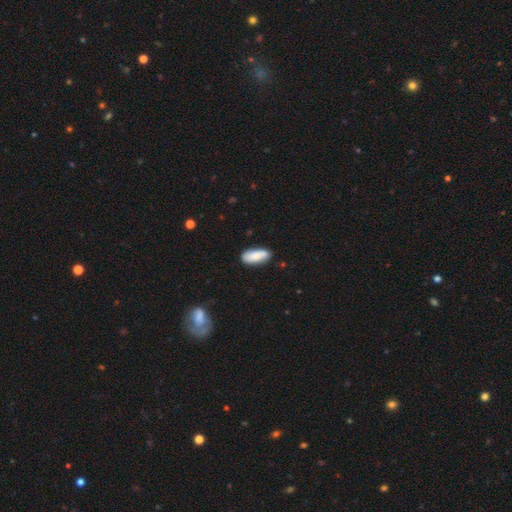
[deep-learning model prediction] Smooth or featured?
  - smooth: 84% *
  - featured or disk: 10%
  - star or artifact: 6%
How rounded?
  - in between: 81% *
  - cigar-shaped: 17%
  - round: 2%
Merging?
  - none: 81% *
  - minor disturbance: 15%
  - major disturbance: 2%
  - merger: 2%